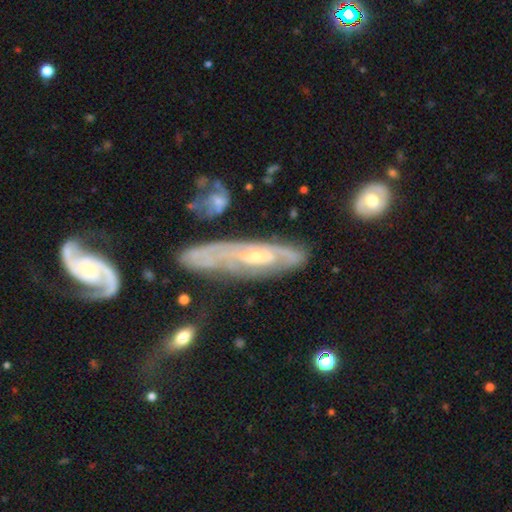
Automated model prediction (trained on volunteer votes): Smooth or featured?
  - featured or disk: 72% *
  - smooth: 18%
  - star or artifact: 10%
Edge-on disk?
  - no: 65% *
  - yes: 35%
Merging?
  - none: 64% *
  - minor disturbance: 20%
  - major disturbance: 10%
  - merger: 6%